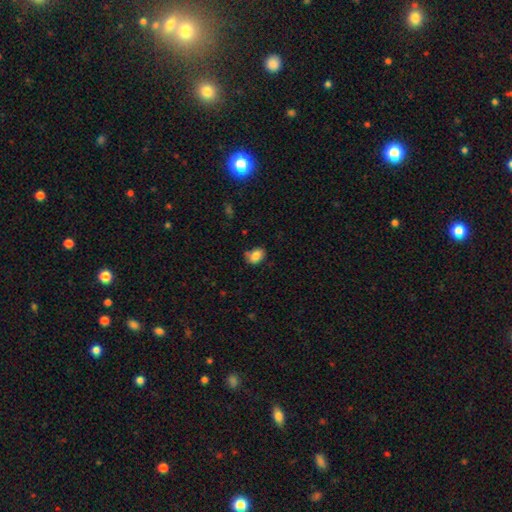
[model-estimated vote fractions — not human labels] This appears to be a smooth galaxy with no disk features (83%) that is in between round and cigar-shaped (74%). Merging: none (70%).